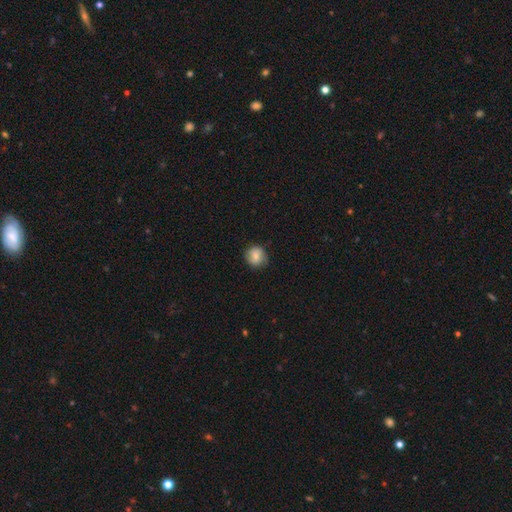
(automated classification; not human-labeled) Morphology: type=smooth (69%); roundness=round (85%); merging=none (80%).